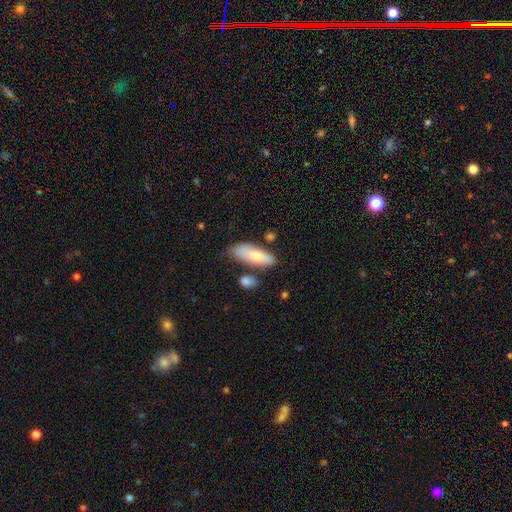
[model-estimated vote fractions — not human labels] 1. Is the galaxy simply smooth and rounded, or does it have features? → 76% smooth, 19% featured or disk, 6% star or artifact.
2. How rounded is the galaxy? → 70% in between, 27% cigar-shaped, 2% round.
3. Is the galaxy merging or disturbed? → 60% none, 23% minor disturbance, 10% merger, 6% major disturbance.